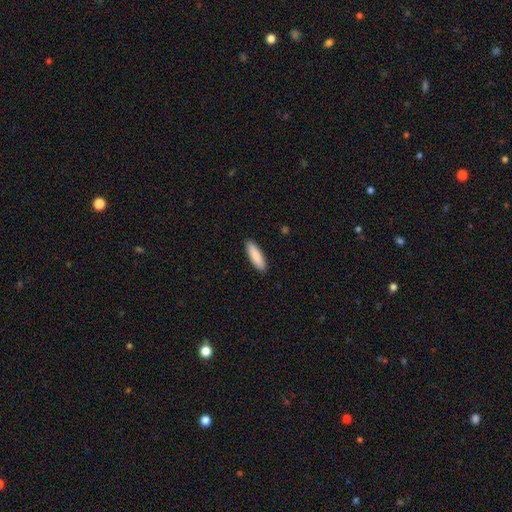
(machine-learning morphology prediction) The model was most divided on "how rounded": cigar-shaped: 62%, in between: 37%, round: 1%. More confident: merging — none (91%); smooth or featured — smooth (88%).